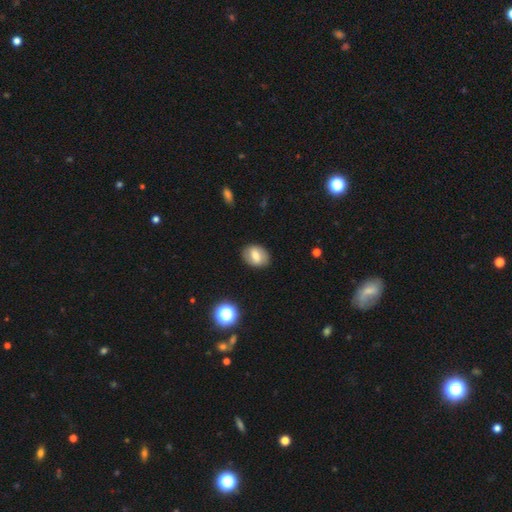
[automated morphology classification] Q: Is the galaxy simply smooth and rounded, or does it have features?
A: smooth — 63%.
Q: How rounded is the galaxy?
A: in between — 64%.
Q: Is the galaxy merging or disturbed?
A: none — 85%.